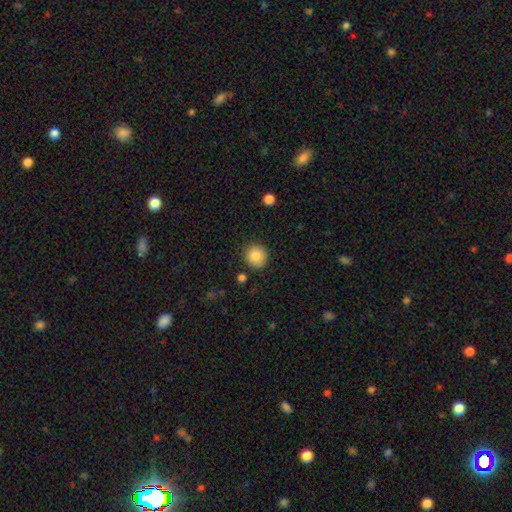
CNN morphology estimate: smooth_or_featured: smooth (p=0.87) [alt: star or artifact p=0.09]
how_rounded: round (p=0.91) [alt: in between p=0.08]
merging: none (p=0.87) [alt: minor disturbance p=0.08]